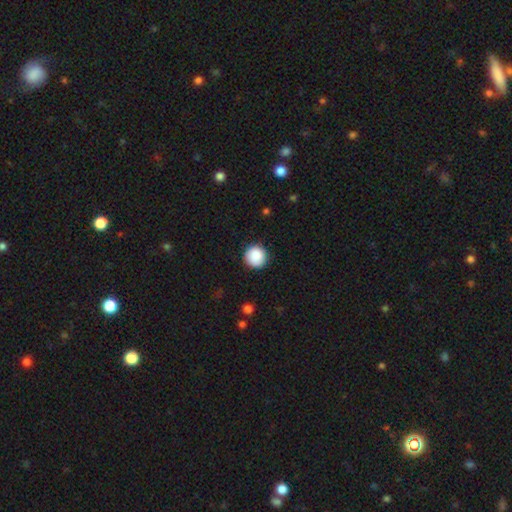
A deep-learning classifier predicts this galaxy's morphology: Overall: smooth (88%). How rounded: round (95%). Merging: none (88%).